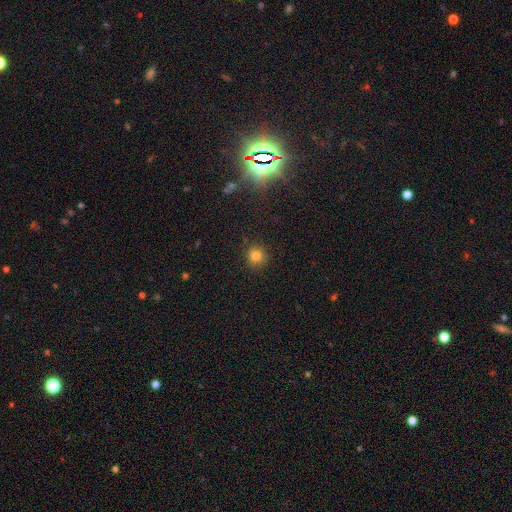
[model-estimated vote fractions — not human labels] Smooth or featured: smooth — 80% (star or artifact — 14%)
How rounded: round — 91% (in between — 8%)
Merging: none — 89% (minor disturbance — 7%)